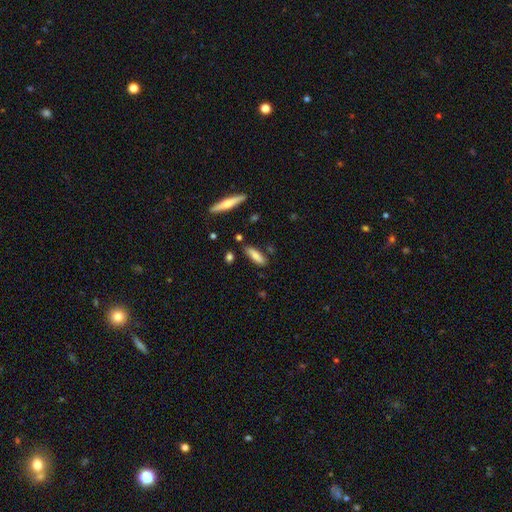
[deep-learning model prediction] A smooth galaxy with no disk features (78%) that is cigar-shaped (58%).

Vote fractions:
- Smooth or featured? smooth: 78% / featured or disk: 15% / star or artifact: 7%
- How rounded? cigar-shaped: 58% / in between: 41% / round: 2%
- Merging? none: 79% / minor disturbance: 14% / merger: 4% / major disturbance: 3%